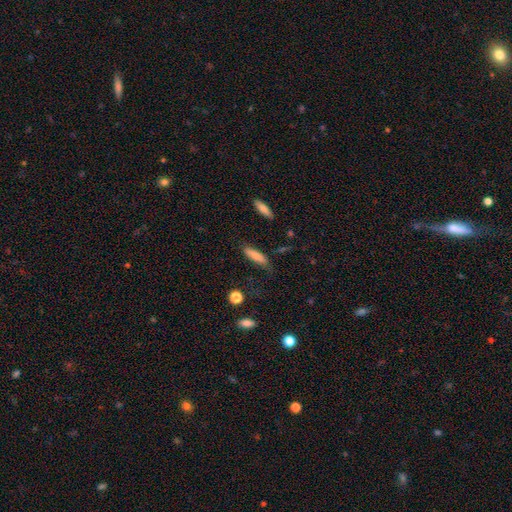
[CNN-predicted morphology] A smooth galaxy with no disk features (79%) that is cigar-shaped (66%). Merging: none (67%).